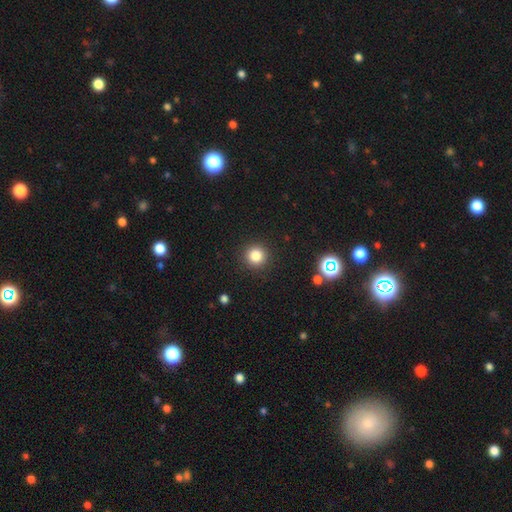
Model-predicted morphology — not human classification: smooth-or-featured: smooth: 82% | star or artifact: 13% | featured or disk: 5%
  how-rounded: round: 94% | in between: 5% | cigar-shaped: 1%
  merging: none: 91% | minor disturbance: 5% | major disturbance: 2% | merger: 1%